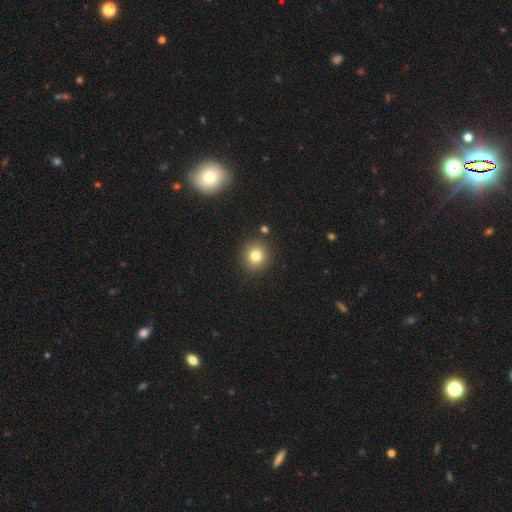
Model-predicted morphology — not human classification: Smooth or featured?
  - smooth: 80% *
  - star or artifact: 12%
  - featured or disk: 8%
How rounded?
  - round: 87% *
  - in between: 12%
  - cigar-shaped: 1%
Merging?
  - none: 88% *
  - minor disturbance: 7%
  - merger: 3%
  - major disturbance: 2%